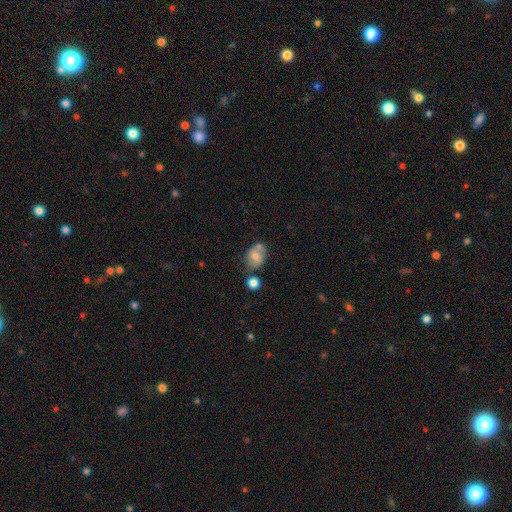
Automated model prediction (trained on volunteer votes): Smooth or featured? Predicted: smooth (p=0.57). How rounded? Predicted: in between (p=0.61). Merging? Predicted: none (p=0.50).